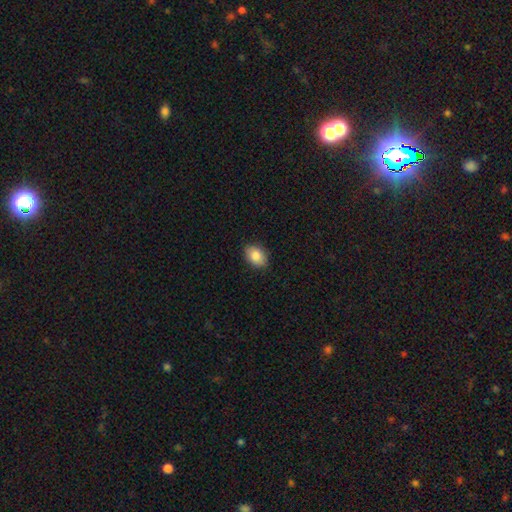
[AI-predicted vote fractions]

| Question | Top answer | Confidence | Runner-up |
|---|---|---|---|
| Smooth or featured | smooth | 86% | star or artifact (8%) |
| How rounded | in between | 75% | round (24%) |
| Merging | none | 88% | minor disturbance (9%) |